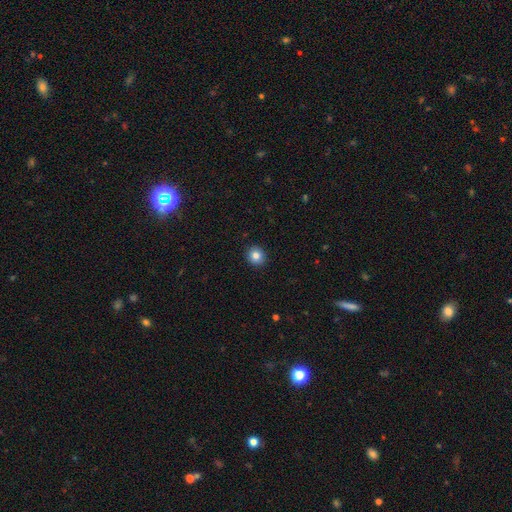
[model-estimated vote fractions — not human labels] The model was most divided on "smooth or featured": smooth: 84%, star or artifact: 10%, featured or disk: 6%. More confident: merging — none (92%); how rounded — round (88%).